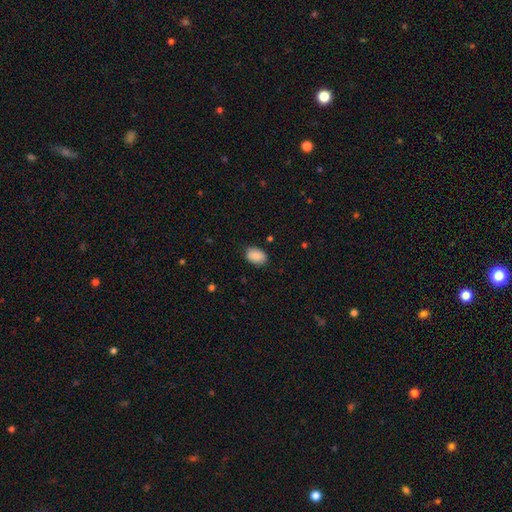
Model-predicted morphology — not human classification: Smooth or featured? Predicted: smooth (p=0.88). How rounded? Predicted: in between (p=0.83). Merging? Predicted: none (p=0.82).